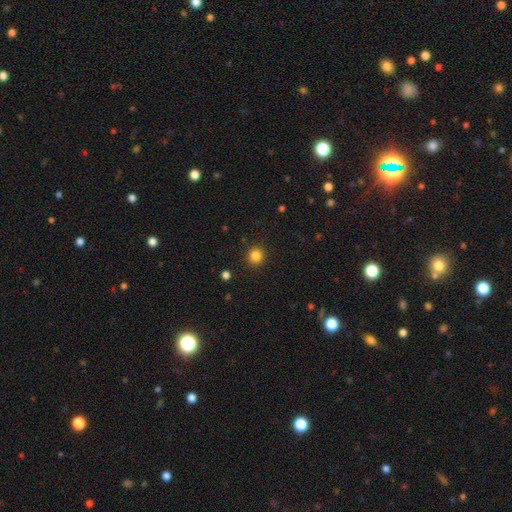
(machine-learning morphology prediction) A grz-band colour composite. It shows a smooth galaxy with no disk features (84%) that is round (91%). Merging: none (91%).